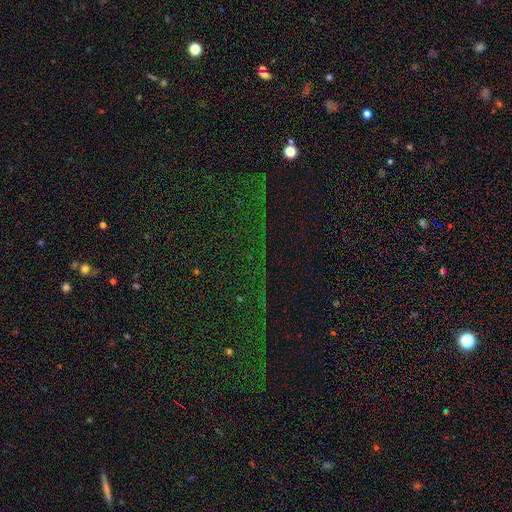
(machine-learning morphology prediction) A star or artifact, not a galaxy (80%).